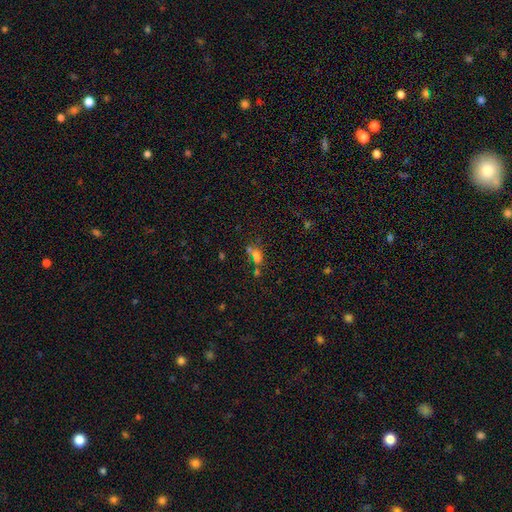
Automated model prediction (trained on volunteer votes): Morphology: type=smooth (60%); roundness=in between (67%); merging=none (41%).